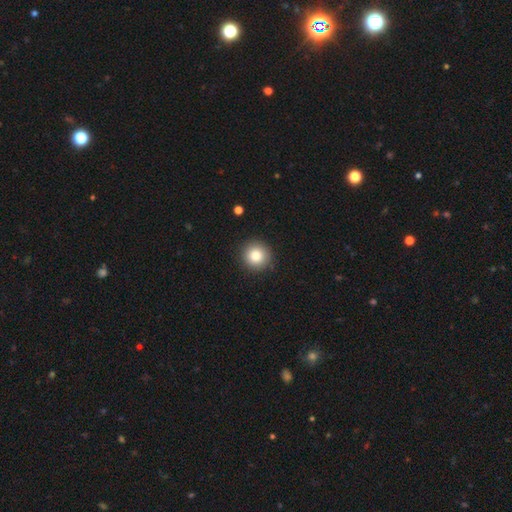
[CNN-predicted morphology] smooth_or_featured: smooth (p=0.83) [alt: star or artifact p=0.10]
how_rounded: round (p=0.94) [alt: in between p=0.05]
merging: none (p=0.90) [alt: minor disturbance p=0.07]